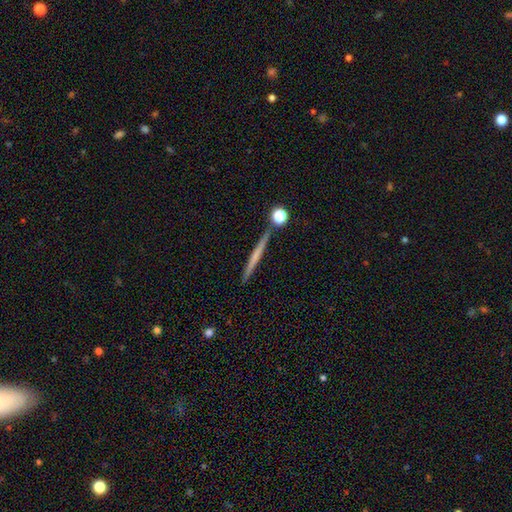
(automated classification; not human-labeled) smooth 49%, featured or disk 44%, star or artifact 7%. Down the decision tree: merging — none (85%).